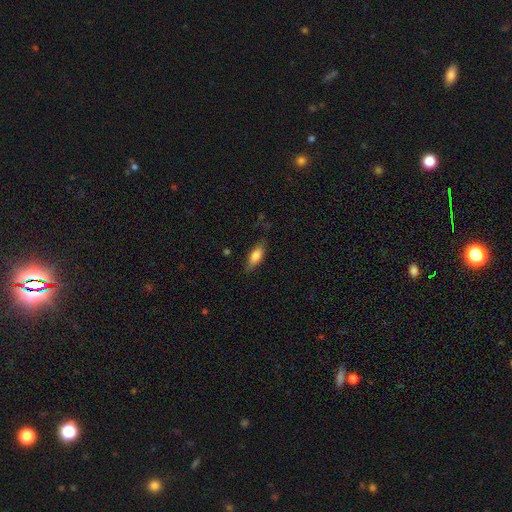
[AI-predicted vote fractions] This is likely a smooth galaxy (76%). How rounded: likely in between (68%). Merging: likely none (75%).